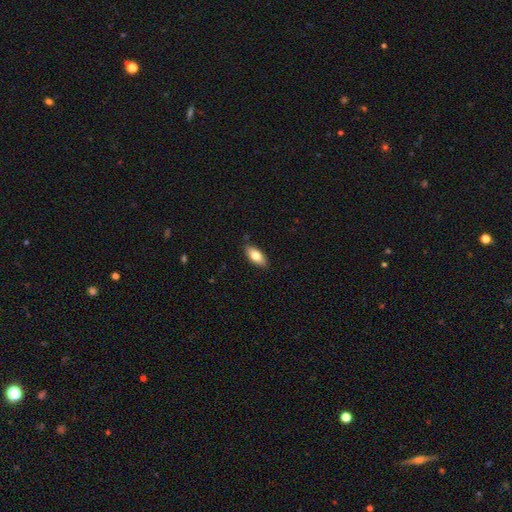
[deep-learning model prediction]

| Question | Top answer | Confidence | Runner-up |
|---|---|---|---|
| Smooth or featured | smooth | 78% | featured or disk (16%) |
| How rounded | in between | 88% | cigar-shaped (10%) |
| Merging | none | 86% | minor disturbance (11%) |